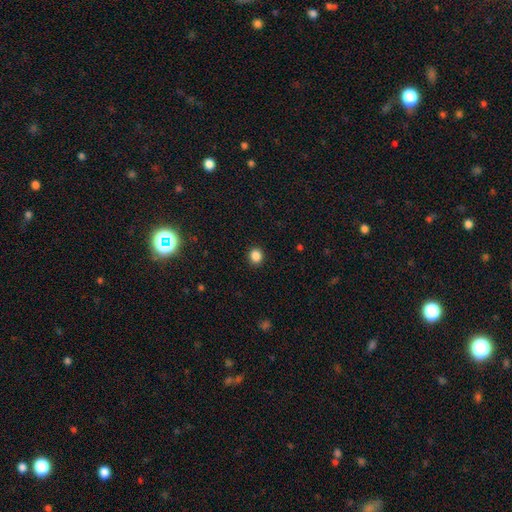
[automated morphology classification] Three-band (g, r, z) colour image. It shows a smooth galaxy with no disk features (86%) that is round (83%). Merging: none (91%).